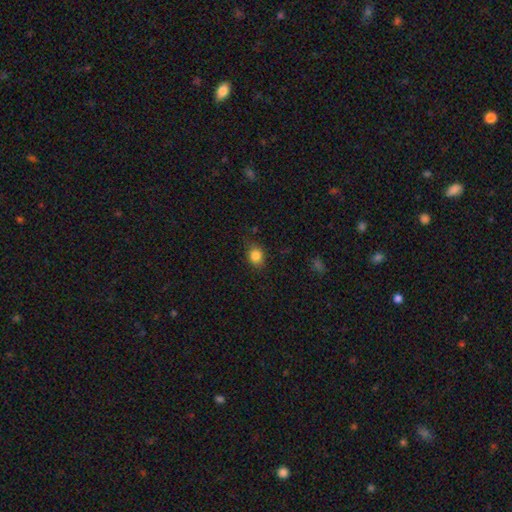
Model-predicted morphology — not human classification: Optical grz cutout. It shows a smooth galaxy with no disk features (84%) that is round (60%). Merging: none (79%).